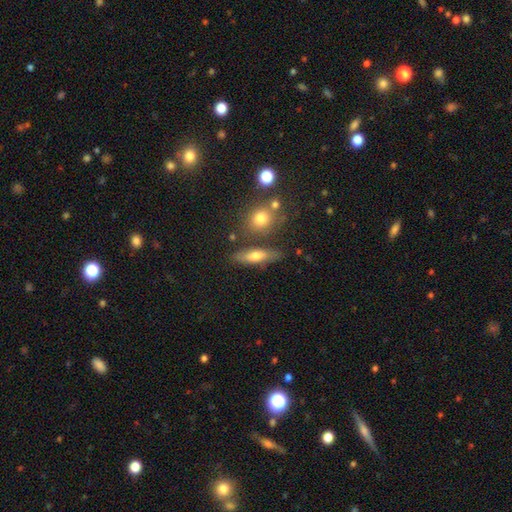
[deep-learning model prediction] A smooth galaxy with no disk features (60%) that is cigar-shaped (51%).

Vote fractions:
- Smooth or featured? smooth: 60% / featured or disk: 30% / star or artifact: 10%
- How rounded? cigar-shaped: 51% / in between: 42% / round: 7%
- Merging? none: 73% / minor disturbance: 13% / merger: 9% / major disturbance: 4%